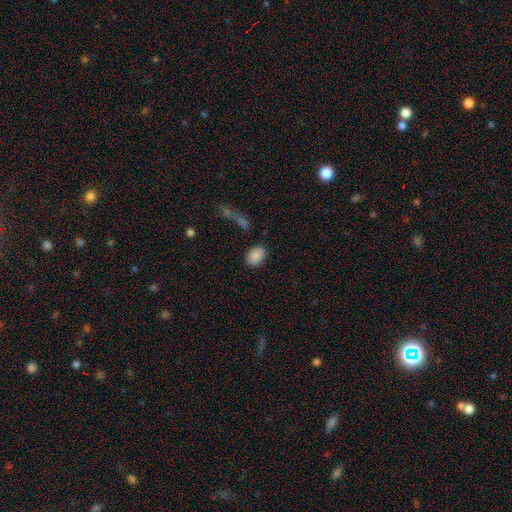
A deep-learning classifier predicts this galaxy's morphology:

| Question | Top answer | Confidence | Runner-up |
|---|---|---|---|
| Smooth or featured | smooth | 88% | star or artifact (8%) |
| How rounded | in between | 76% | round (23%) |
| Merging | none | 83% | minor disturbance (10%) |